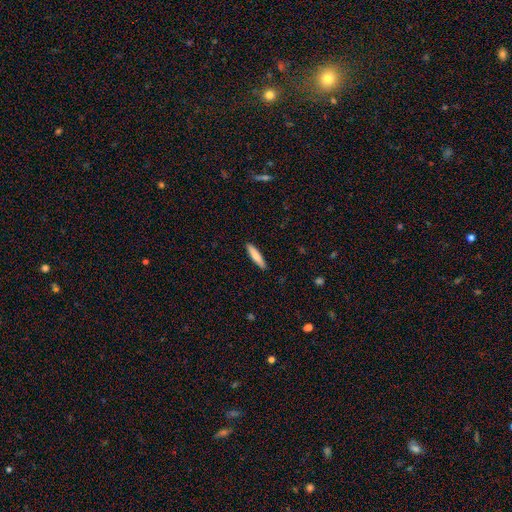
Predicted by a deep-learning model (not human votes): This is likely a smooth galaxy (79%). How rounded: clearly cigar-shaped (83%). Merging: clearly none (91%).